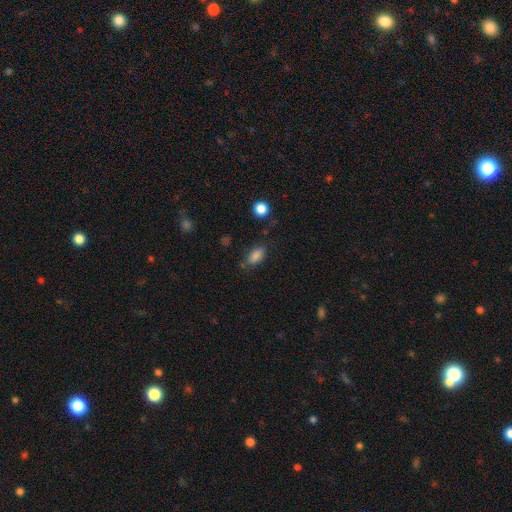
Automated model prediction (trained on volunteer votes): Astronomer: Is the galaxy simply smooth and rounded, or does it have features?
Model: smooth — 83%.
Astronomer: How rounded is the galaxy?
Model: in between — 88%.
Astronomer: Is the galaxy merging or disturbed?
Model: none — 71%.